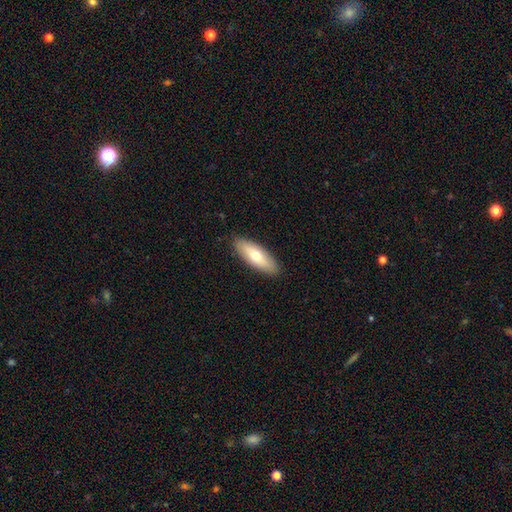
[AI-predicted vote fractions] Smooth or featured?
  - smooth: 65% *
  - featured or disk: 30%
  - star or artifact: 6%
How rounded?
  - in between: 67% *
  - cigar-shaped: 30%
  - round: 2%
Merging?
  - none: 89% *
  - minor disturbance: 8%
  - major disturbance: 2%
  - merger: 1%